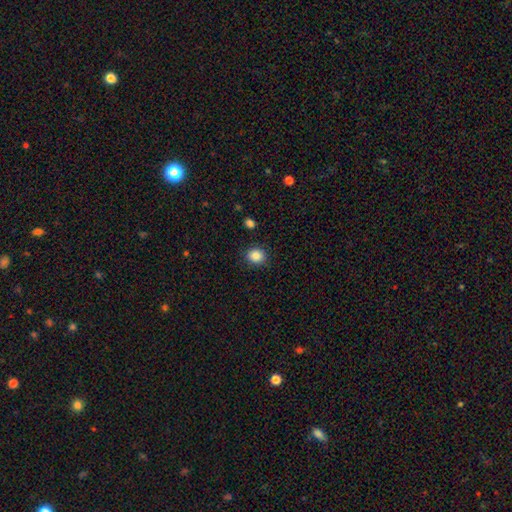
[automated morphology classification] A smooth galaxy with no disk features (87%) that is round (77%). Merging: none (88%).